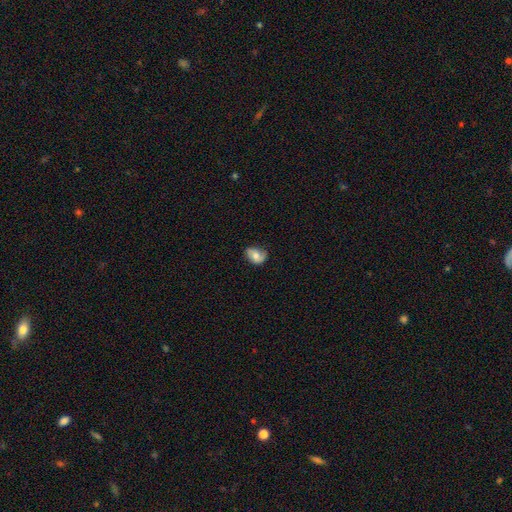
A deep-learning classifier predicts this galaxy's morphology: A smooth galaxy with no disk features (59%) that is in between round and cigar-shaped (71%).

Vote fractions:
- Smooth or featured? smooth: 59% / featured or disk: 33% / star or artifact: 8%
- How rounded? in between: 71% / round: 28% / cigar-shaped: 1%
- Merging? none: 61% / minor disturbance: 29% / major disturbance: 8% / merger: 1%